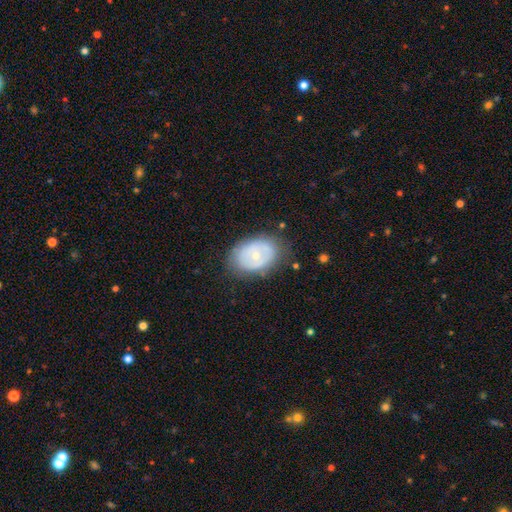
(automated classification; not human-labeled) Q: Smooth or featured?
A: smooth (48%); runner-up: featured or disk (45%)
Q: Merging?
A: none (75%); runner-up: minor disturbance (17%)